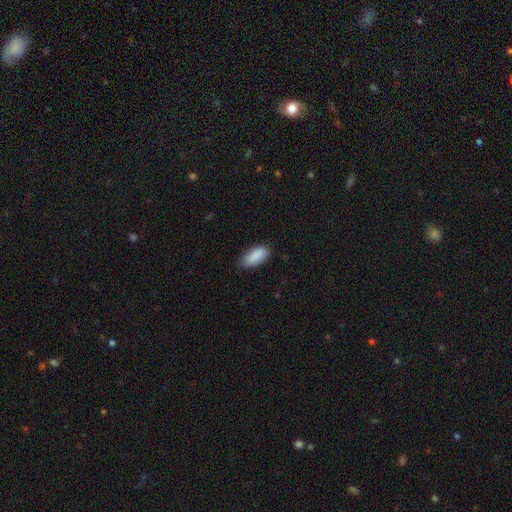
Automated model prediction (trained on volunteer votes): Morphology: type=smooth (89%); roundness=in between (88%); merging=none (76%).